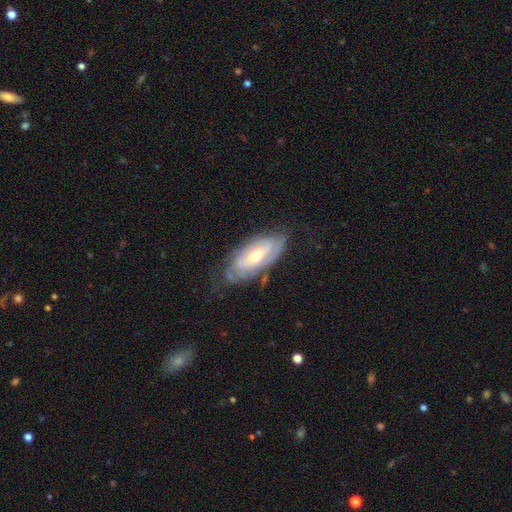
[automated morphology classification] A featured or disk galaxy (78%) with no bar (46%), tight (64%) spiral arms (86%) and a moderate central bulge (67%). Merging: none (66%).